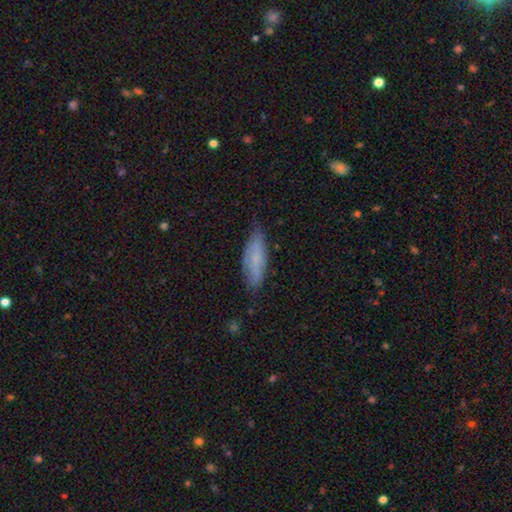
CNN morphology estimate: Smooth or featured: smooth — 58% (featured or disk — 34%)
How rounded: cigar-shaped — 54% (in between — 44%)
Merging: none — 74% (minor disturbance — 21%)